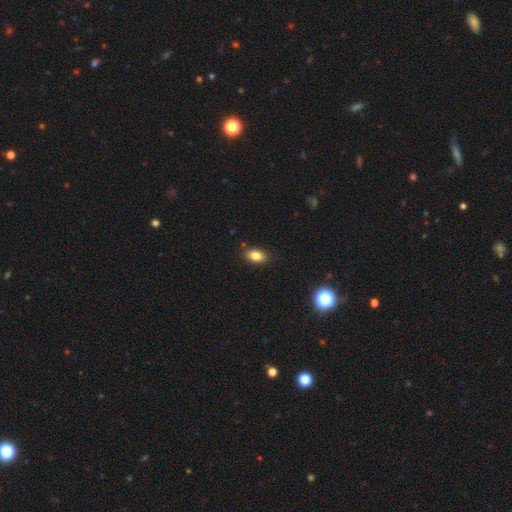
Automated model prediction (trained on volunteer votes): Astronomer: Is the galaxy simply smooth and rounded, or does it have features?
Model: smooth — 83%.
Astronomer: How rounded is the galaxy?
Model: in between — 88%.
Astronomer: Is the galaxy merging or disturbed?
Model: none — 87%.